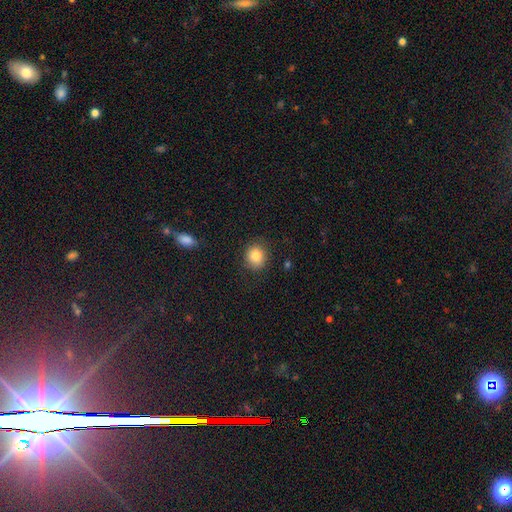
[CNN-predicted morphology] Smooth or featured? smooth (82%)
How rounded? round (78%)
Merging? none (85%)